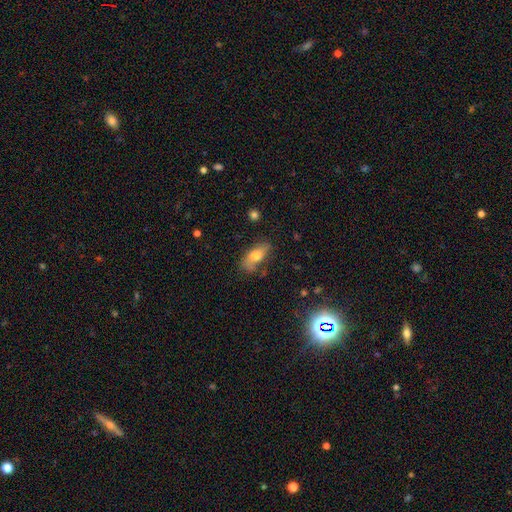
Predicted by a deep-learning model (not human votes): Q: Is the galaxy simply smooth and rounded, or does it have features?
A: smooth — 66%.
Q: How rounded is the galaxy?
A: in between — 79%.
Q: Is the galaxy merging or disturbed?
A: none — 62%.